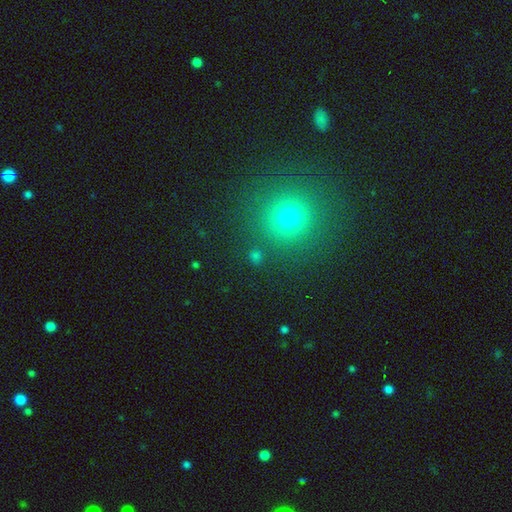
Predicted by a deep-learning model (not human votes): Q: Smooth or featured?
A: smooth (67%); runner-up: star or artifact (28%)
Q: How rounded?
A: round (90%); runner-up: in between (8%)
Q: Merging?
A: none (85%); runner-up: merger (6%)